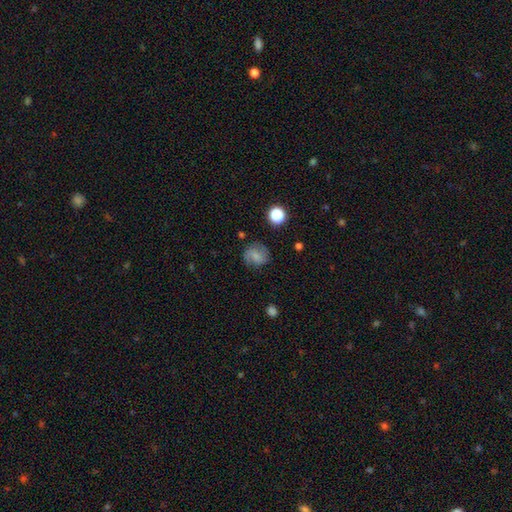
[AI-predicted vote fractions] Q: Smooth or featured?
A: smooth (61%); runner-up: featured or disk (28%)
Q: How rounded?
A: round (77%); runner-up: in between (21%)
Q: Merging?
A: none (74%); runner-up: minor disturbance (18%)